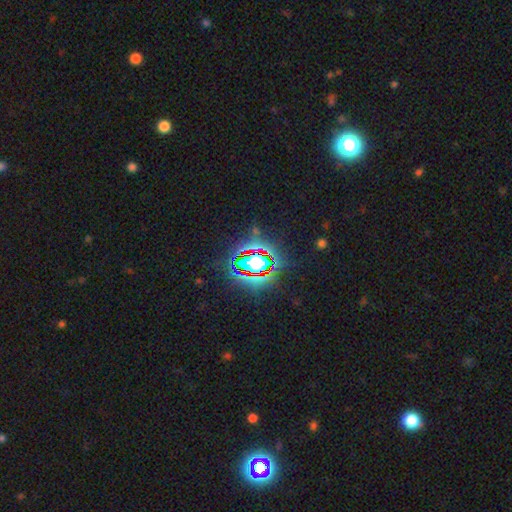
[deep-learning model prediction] A star or artifact, not a galaxy (80%).